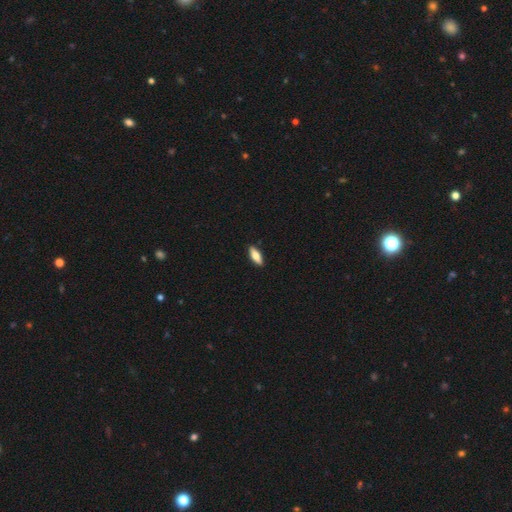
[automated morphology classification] type=smooth (66%); roundness=in between (63%); merging=none (90%).